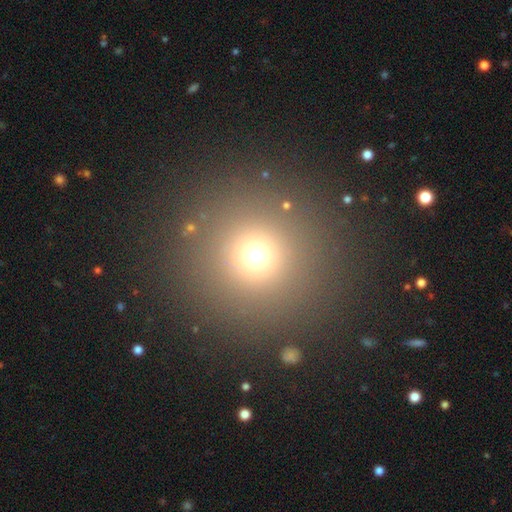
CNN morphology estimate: Smooth or featured?
  - smooth: 67% *
  - star or artifact: 24%
  - featured or disk: 9%
How rounded?
  - round: 96% *
  - in between: 3%
  - cigar-shaped: 1%
Merging?
  - none: 88% *
  - minor disturbance: 5%
  - major disturbance: 4%
  - merger: 3%